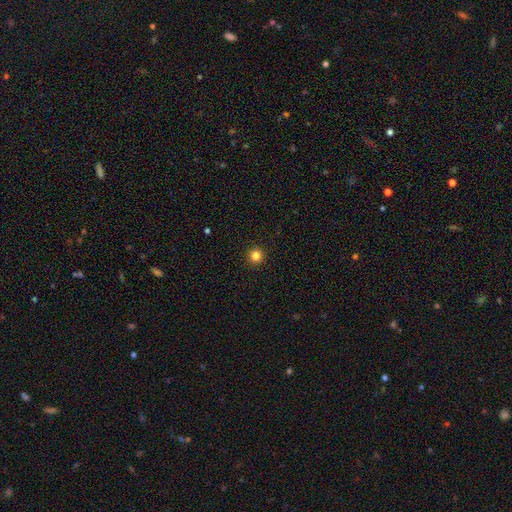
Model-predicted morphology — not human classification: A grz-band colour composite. It shows a smooth galaxy with no disk features (83%) that is round (95%). Merging: none (93%).